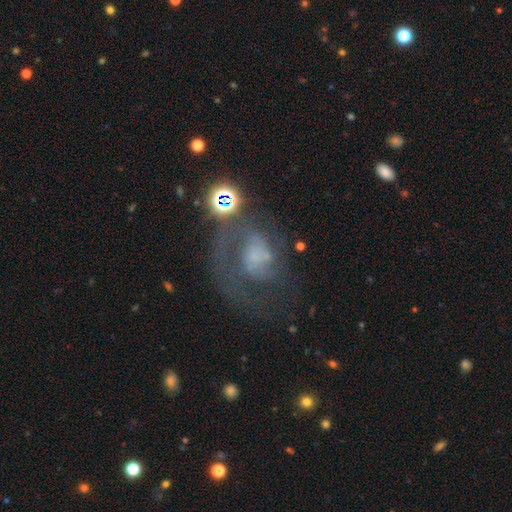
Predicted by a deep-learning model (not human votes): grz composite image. It shows a featured or disk galaxy (63%) with no bar (78%), spiral arms (74%) and no central bulge (48%). Merging: none (40%).